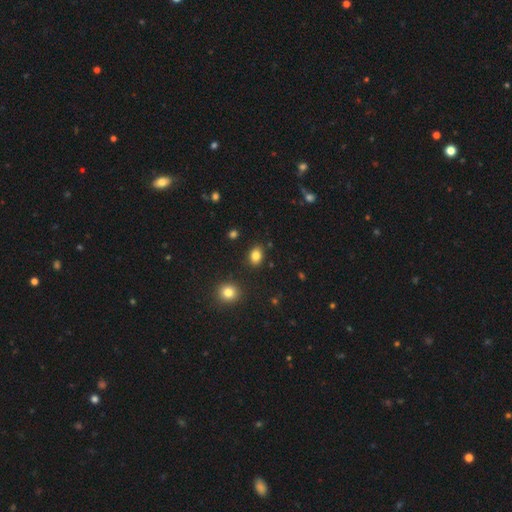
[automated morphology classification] smooth-or-featured: smooth: 84% | star or artifact: 11% | featured or disk: 6%
  how-rounded: in between: 69% | round: 30% | cigar-shaped: 1%
  merging: none: 86% | minor disturbance: 8% | merger: 3% | major disturbance: 2%